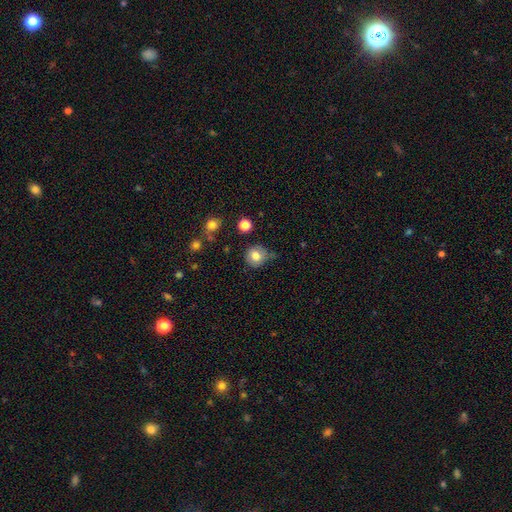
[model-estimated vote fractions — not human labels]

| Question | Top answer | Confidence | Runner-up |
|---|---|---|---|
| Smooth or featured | smooth | 80% | star or artifact (11%) |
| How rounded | round | 85% | in between (14%) |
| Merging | none | 64% | minor disturbance (25%) |